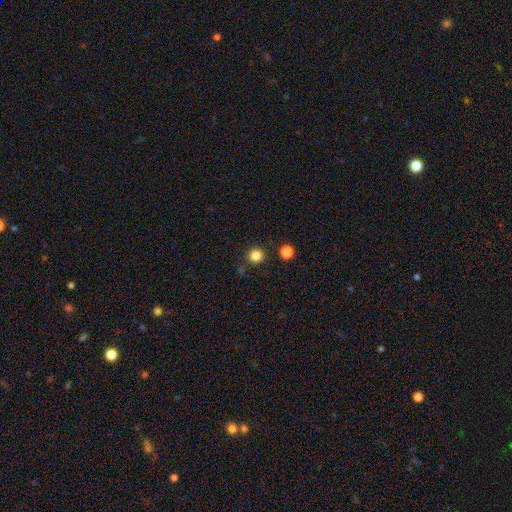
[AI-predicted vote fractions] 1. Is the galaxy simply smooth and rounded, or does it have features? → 83% smooth, 13% star or artifact, 4% featured or disk.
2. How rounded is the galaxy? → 94% round, 5% in between, 1% cigar-shaped.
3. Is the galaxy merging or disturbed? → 88% none, 7% minor disturbance, 4% merger, 2% major disturbance.